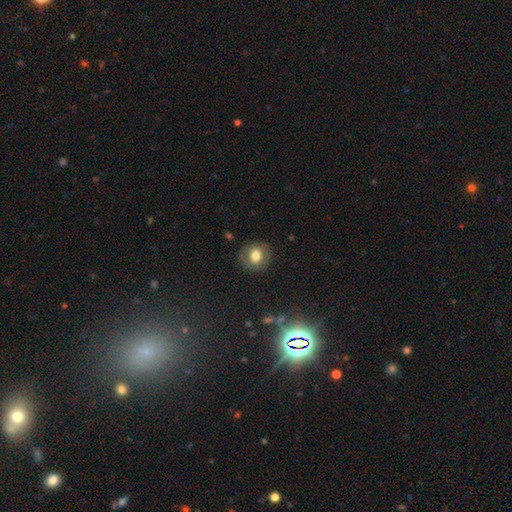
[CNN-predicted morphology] Q: Smooth or featured?
A: smooth (67%); runner-up: featured or disk (24%)
Q: How rounded?
A: round (71%); runner-up: in between (28%)
Q: Merging?
A: none (82%); runner-up: minor disturbance (12%)